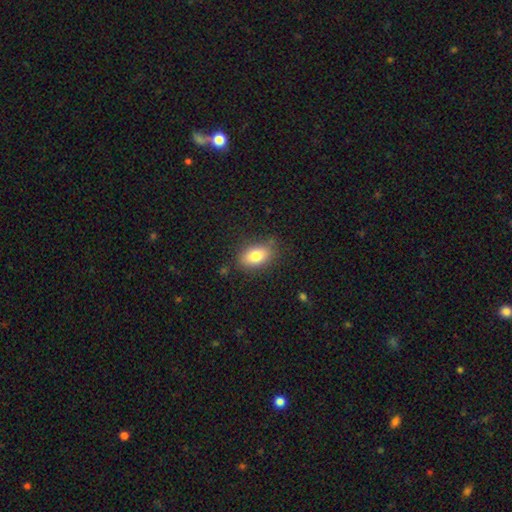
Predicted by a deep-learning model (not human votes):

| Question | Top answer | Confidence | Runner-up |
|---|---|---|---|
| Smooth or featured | smooth | 80% | featured or disk (12%) |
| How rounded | in between | 87% | round (10%) |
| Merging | none | 80% | minor disturbance (15%) |